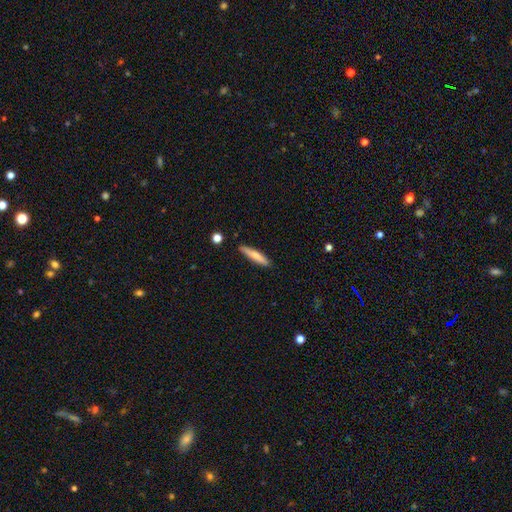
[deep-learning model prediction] A smooth galaxy with no disk features (68%) that is cigar-shaped (88%).

Vote fractions:
- Smooth or featured? smooth: 68% / featured or disk: 26% / star or artifact: 6%
- How rounded? cigar-shaped: 88% / in between: 11% / round: 2%
- Merging? none: 88% / minor disturbance: 9% / merger: 2% / major disturbance: 2%